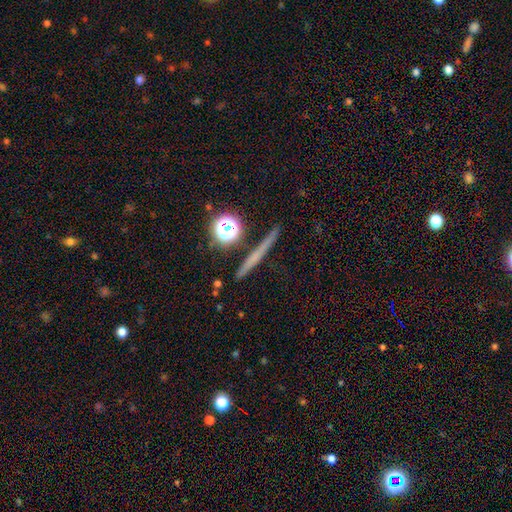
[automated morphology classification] A smooth galaxy with no disk features (40%). Merging: none (89%).